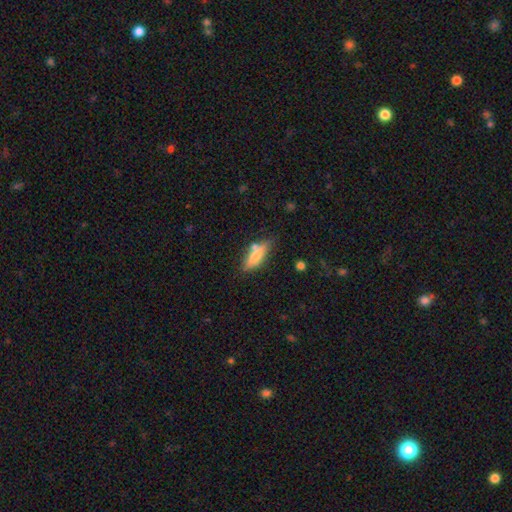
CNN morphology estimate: Smooth or featured?
  - smooth: 61% *
  - featured or disk: 31%
  - star or artifact: 8%
How rounded?
  - cigar-shaped: 52% *
  - in between: 46%
  - round: 3%
Merging?
  - none: 69% *
  - minor disturbance: 17%
  - merger: 10%
  - major disturbance: 5%